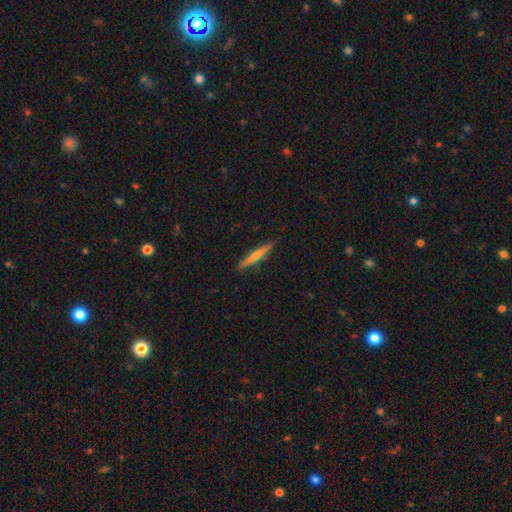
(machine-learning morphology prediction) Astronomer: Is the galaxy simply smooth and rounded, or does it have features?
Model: featured or disk — 54% (runner-up: smooth, 40%).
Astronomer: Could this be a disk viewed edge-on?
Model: yes — 97%.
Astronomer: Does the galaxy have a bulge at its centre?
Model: rounded — 64%.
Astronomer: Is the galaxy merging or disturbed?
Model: none — 91%.